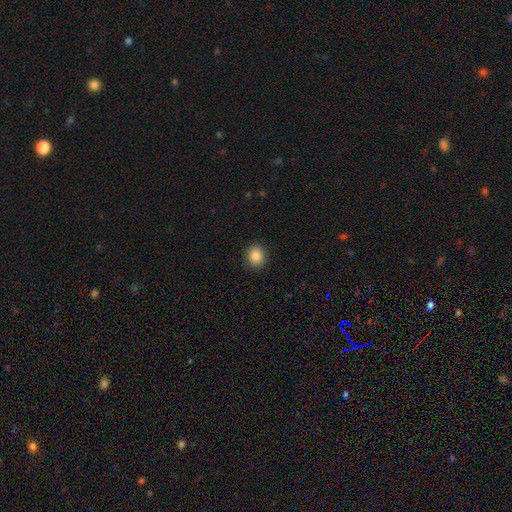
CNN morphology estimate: smooth-or-featured: smooth: 87% | star or artifact: 9% | featured or disk: 4%
  how-rounded: round: 64% | in between: 35% | cigar-shaped: 1%
  merging: none: 90% | minor disturbance: 7% | major disturbance: 2% | merger: 1%